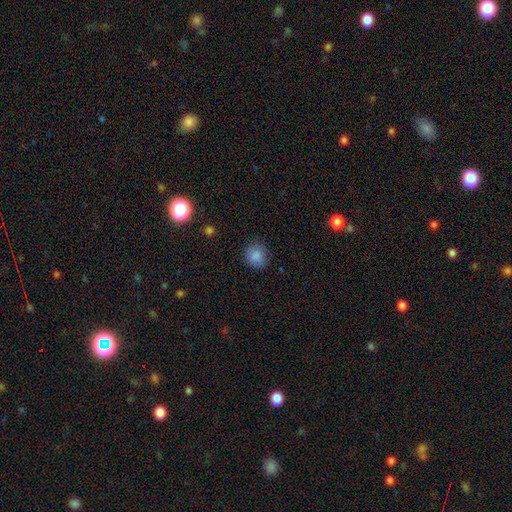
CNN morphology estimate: Smooth or featured?
  - smooth: 86% *
  - star or artifact: 10%
  - featured or disk: 4%
How rounded?
  - round: 86% *
  - in between: 13%
  - cigar-shaped: 1%
Merging?
  - none: 85% *
  - minor disturbance: 11%
  - major disturbance: 3%
  - merger: 1%